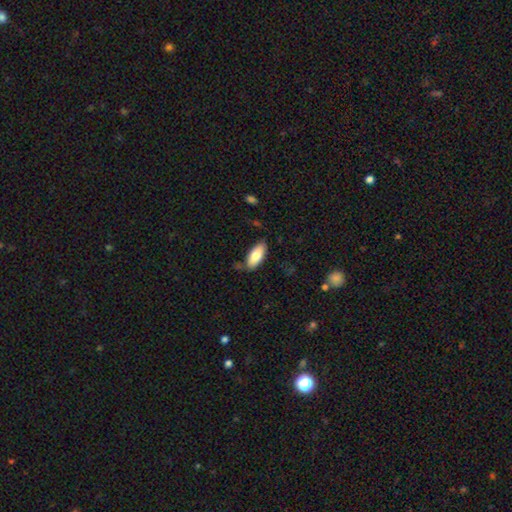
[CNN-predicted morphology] Q: Smooth or featured?
A: smooth (78%); runner-up: featured or disk (16%)
Q: How rounded?
A: in between (87%); runner-up: cigar-shaped (11%)
Q: Merging?
A: none (77%); runner-up: minor disturbance (17%)